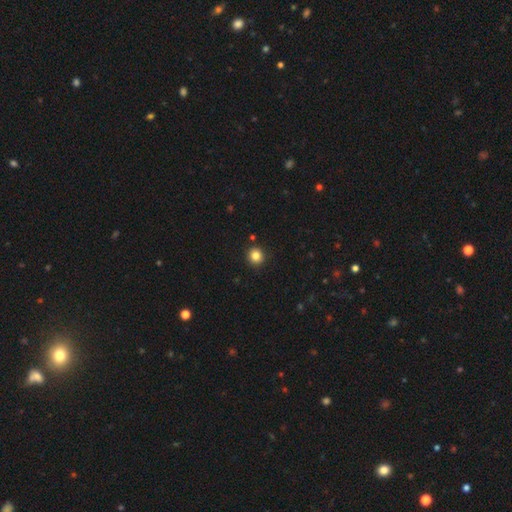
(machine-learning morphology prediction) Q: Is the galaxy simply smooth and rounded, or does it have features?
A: smooth — 83%.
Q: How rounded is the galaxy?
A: round — 93%.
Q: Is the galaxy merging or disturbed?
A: none — 92%.